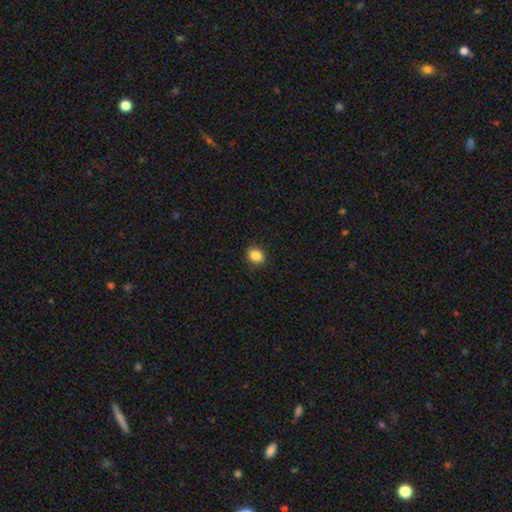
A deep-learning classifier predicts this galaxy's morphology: smooth-or-featured: smooth: 86% | star or artifact: 9% | featured or disk: 4%
  how-rounded: in between: 59% | round: 40% | cigar-shaped: 1%
  merging: none: 89% | minor disturbance: 8% | major disturbance: 2% | merger: 1%